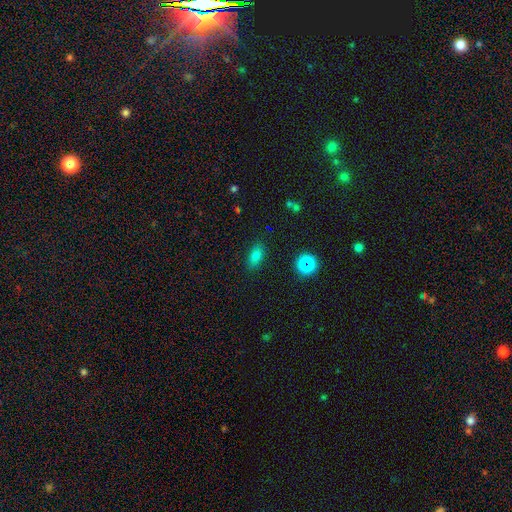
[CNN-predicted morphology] smooth-or-featured: smooth: 78% | star or artifact: 14% | featured or disk: 8%
  how-rounded: in between: 84% | round: 9% | cigar-shaped: 7%
  merging: none: 85% | minor disturbance: 10% | major disturbance: 3% | merger: 2%